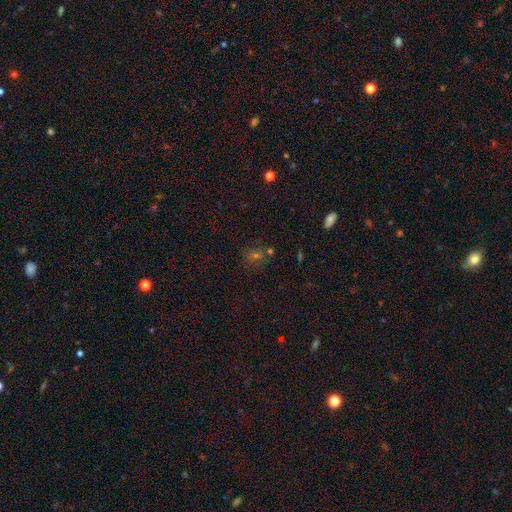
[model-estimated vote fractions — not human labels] This is possibly a star or artifact rather than a galaxy (45%).